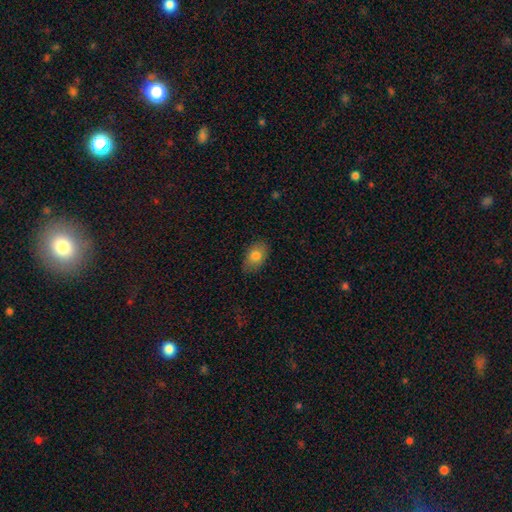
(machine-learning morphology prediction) smooth-or-featured: smooth: 79% | featured or disk: 13% | star or artifact: 8%
  how-rounded: in between: 88% | round: 10% | cigar-shaped: 2%
  merging: none: 83% | minor disturbance: 13% | major disturbance: 3% | merger: 1%